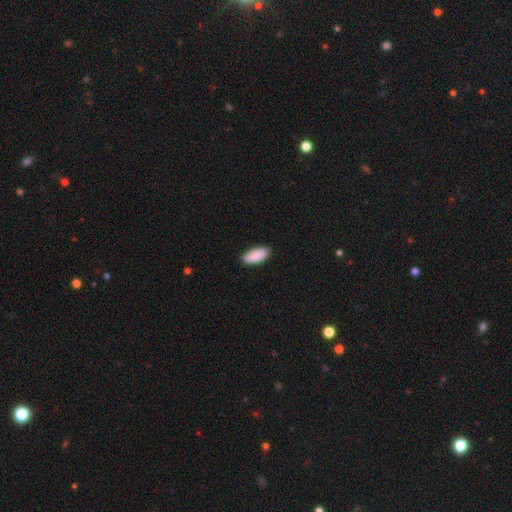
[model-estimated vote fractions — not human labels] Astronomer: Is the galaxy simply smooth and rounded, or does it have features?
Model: smooth — 89%.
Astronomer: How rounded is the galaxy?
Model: in between — 89%.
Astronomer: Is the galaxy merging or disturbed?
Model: none — 89%.